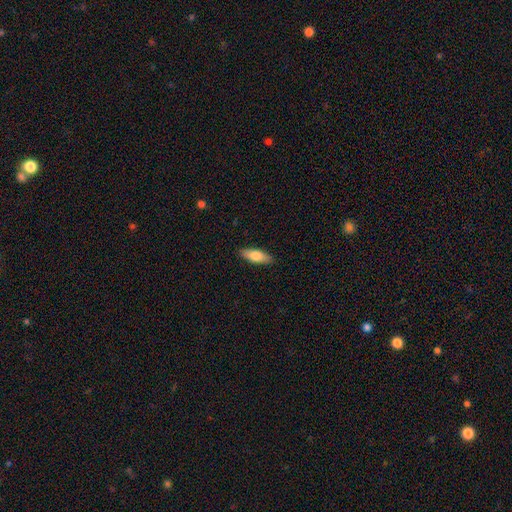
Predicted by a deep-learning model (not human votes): Smooth or featured?
  - smooth: 74% *
  - featured or disk: 20%
  - star or artifact: 6%
How rounded?
  - in between: 58% *
  - cigar-shaped: 40%
  - round: 2%
Merging?
  - none: 89% *
  - minor disturbance: 8%
  - major disturbance: 2%
  - merger: 1%